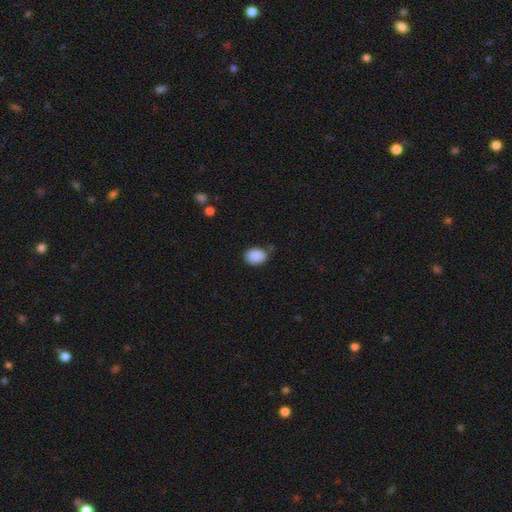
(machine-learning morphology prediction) Smooth or featured? Predicted: smooth (p=0.89). How rounded? Predicted: in between (p=0.67). Merging? Predicted: none (p=0.74).